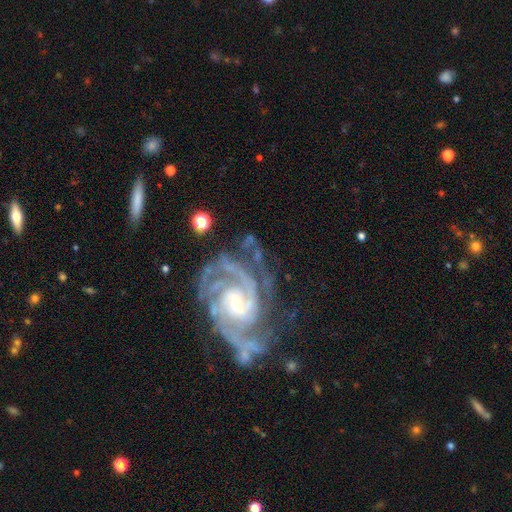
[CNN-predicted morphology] Q: Smooth or featured?
A: featured or disk (92%); runner-up: star or artifact (5%)
Q: Edge-on disk?
A: no (98%); runner-up: yes (2%)
Q: Bar?
A: no (49%); runner-up: weak (36%)
Q: Spiral arms?
A: yes (98%); runner-up: no (2%)
Q: Spiral winding?
A: tight (61%); runner-up: medium (34%)
Q: Spiral arm count?
A: 2 (39%); runner-up: 3 (26%)
Q: Bulge size?
A: small (66%); runner-up: moderate (29%)
Q: Merging?
A: none (58%); runner-up: minor disturbance (22%)